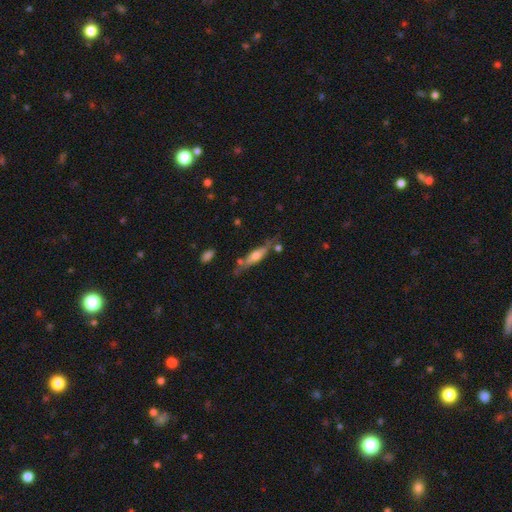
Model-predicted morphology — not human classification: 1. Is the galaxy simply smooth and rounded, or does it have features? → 51% featured or disk, 42% smooth, 7% star or artifact.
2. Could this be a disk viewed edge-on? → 83% yes, 17% no.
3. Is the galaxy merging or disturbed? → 60% none, 22% minor disturbance, 11% merger, 8% major disturbance.